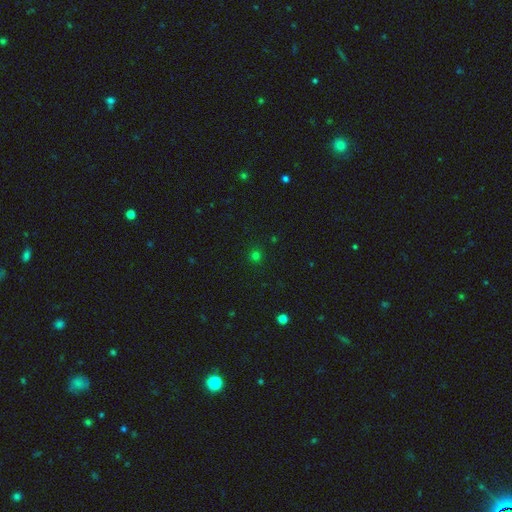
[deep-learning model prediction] smooth 72%, star or artifact 23%, featured or disk 4%. Down the decision tree: how rounded — round (94%); merging — none (91%).